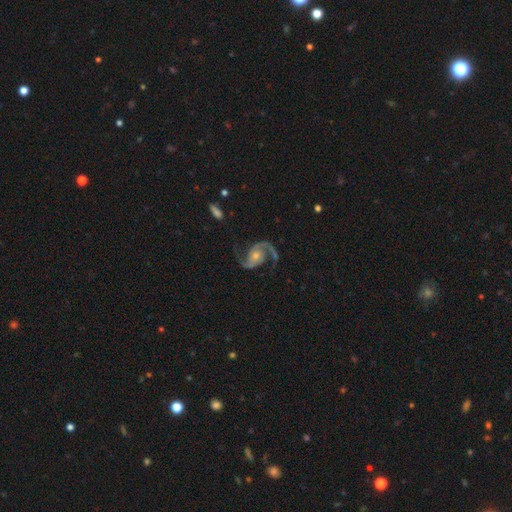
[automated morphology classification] smooth-or-featured: featured or disk: 93% | star or artifact: 4% | smooth: 3%
  disk-edge-on: no: 98% | yes: 2%
    bar: no: 65% | weak: 26% | strong: 9%
    has-spiral-arms: yes: 98% | no: 2%
      spiral-winding: medium: 54% | loose: 35% | tight: 11%
      spiral-arm-count: 2: 94% | 1: 1% | can't tell: 1% | 3: 1% | 4: 1% | more than 4: 1%
    bulge-size: moderate: 50% | small: 39% | large: 6% | none: 4% | dominant: 1%
  merging: none: 77% | minor disturbance: 13% | major disturbance: 8% | merger: 2%